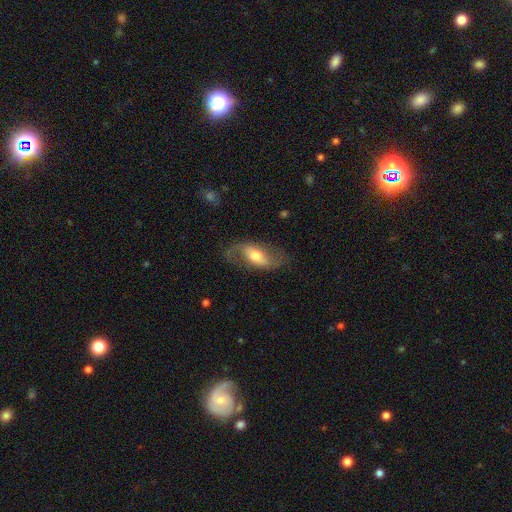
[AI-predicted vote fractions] smooth-or-featured: featured or disk: 65% | smooth: 29% | star or artifact: 6%
  disk-edge-on: no: 90% | yes: 10%
    bar: weak: 37% | no: 32% | strong: 30%
    has-spiral-arms: yes: 80% | no: 20%
    bulge-size: moderate: 65% | small: 19% | large: 12% | dominant: 2% | none: 1%
  merging: none: 69% | minor disturbance: 18% | major disturbance: 11% | merger: 2%